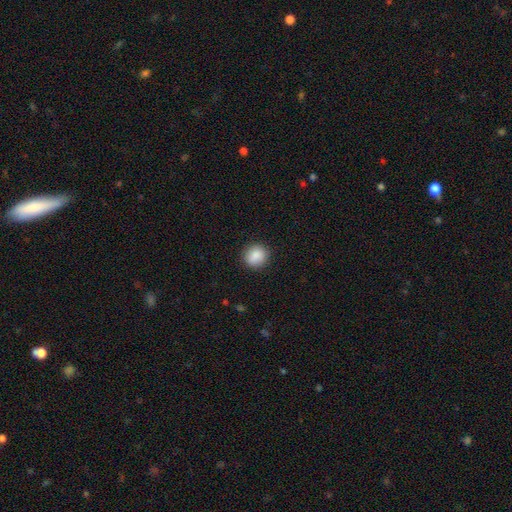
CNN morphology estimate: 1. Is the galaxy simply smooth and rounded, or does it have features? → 87% smooth, 8% star or artifact, 4% featured or disk.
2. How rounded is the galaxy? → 83% round, 16% in between, 1% cigar-shaped.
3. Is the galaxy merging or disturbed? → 88% none, 9% minor disturbance, 2% major disturbance, 1% merger.